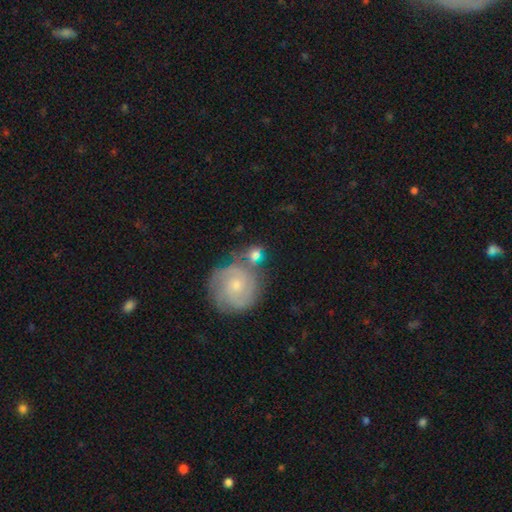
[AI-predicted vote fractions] Morphology: type=smooth (46%); merging=none (52%).